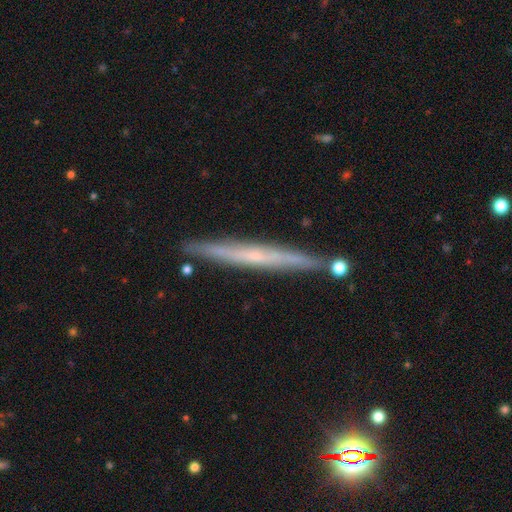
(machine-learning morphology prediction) A featured or disk galaxy (62%) viewed edge-on (95%) with no central bulge (62%). Merging: none (86%).